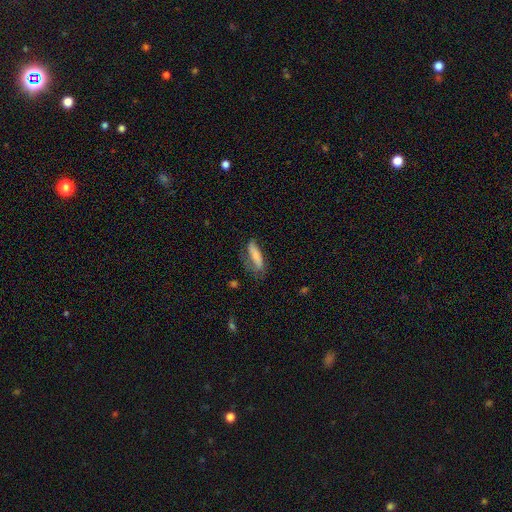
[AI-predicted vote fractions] Overall: smooth (65%; featured or disk 28%). How rounded: cigar-shaped (50%; in between 48%). Merging: none (48%; minor disturbance 29%).